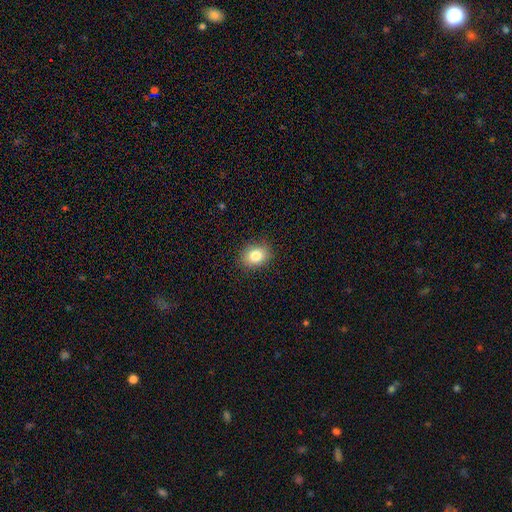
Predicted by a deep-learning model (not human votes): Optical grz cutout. It shows a smooth galaxy with no disk features (83%) that is in between round and cigar-shaped (60%). Merging: none (87%).